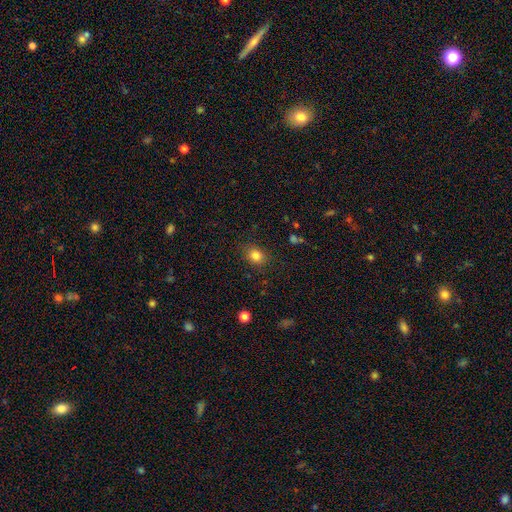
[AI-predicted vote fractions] Smooth or featured? smooth (83%)
How rounded? in between (50%)
Merging? none (84%)